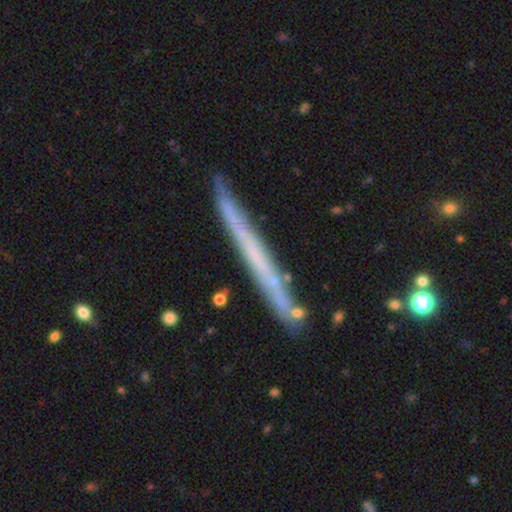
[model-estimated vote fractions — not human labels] Morphology: type=featured or disk (57%); edge-on=yes (95%); edge-on bulge=none (91%); merging=none (85%).